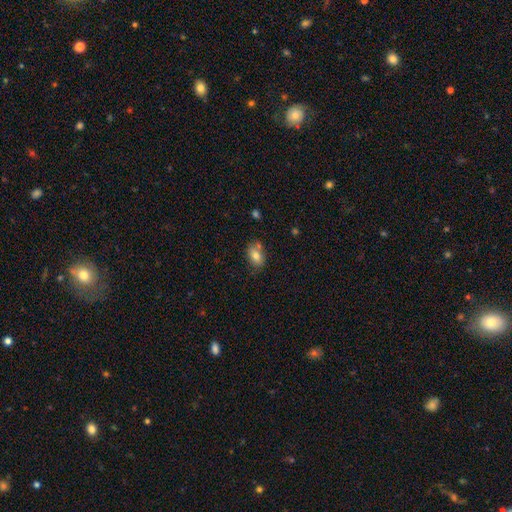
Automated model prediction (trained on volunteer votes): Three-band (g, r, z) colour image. It shows a smooth galaxy with no disk features (78%) that is in between round and cigar-shaped (81%). Merging: none (66%).